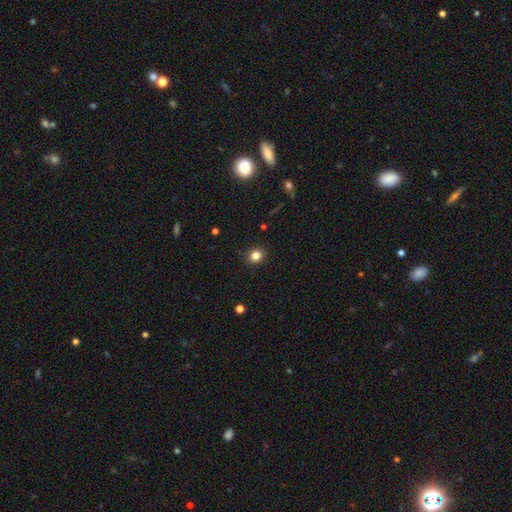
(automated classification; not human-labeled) Overall: smooth (83%). How rounded: round (76%). Merging: none (90%).